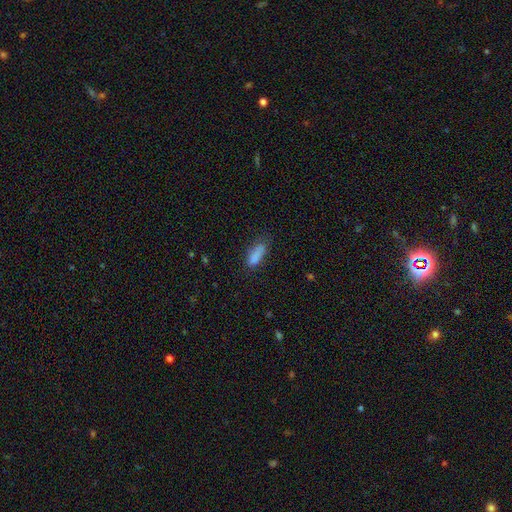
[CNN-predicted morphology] smooth 83%, star or artifact 9%, featured or disk 8%. Down the decision tree: how rounded — in between (67%); merging — none (56%).